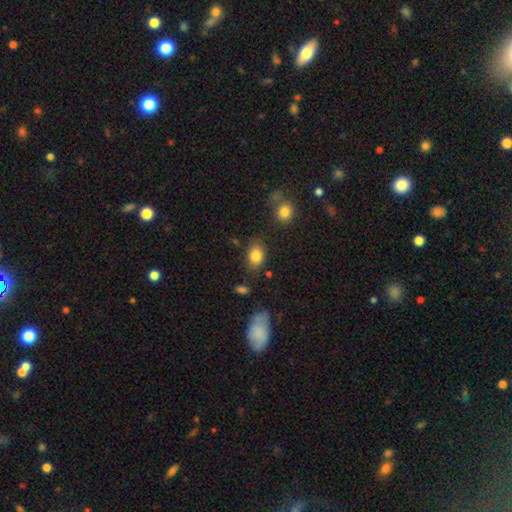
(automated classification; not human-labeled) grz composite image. It shows a smooth galaxy with no disk features (83%) that is in between round and cigar-shaped (73%). Merging: none (79%).